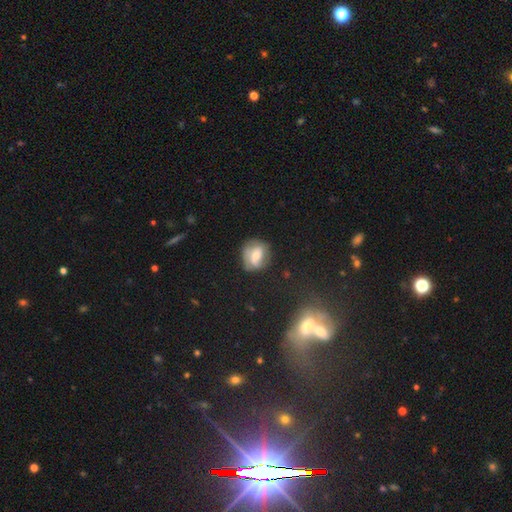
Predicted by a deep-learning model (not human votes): A smooth galaxy with no disk features (51%) that is round (67%).

Vote fractions:
- Smooth or featured? smooth: 51% / featured or disk: 39% / star or artifact: 10%
- How rounded? round: 67% / in between: 32% / cigar-shaped: 2%
- Merging? none: 62% / minor disturbance: 26% / major disturbance: 10% / merger: 2%